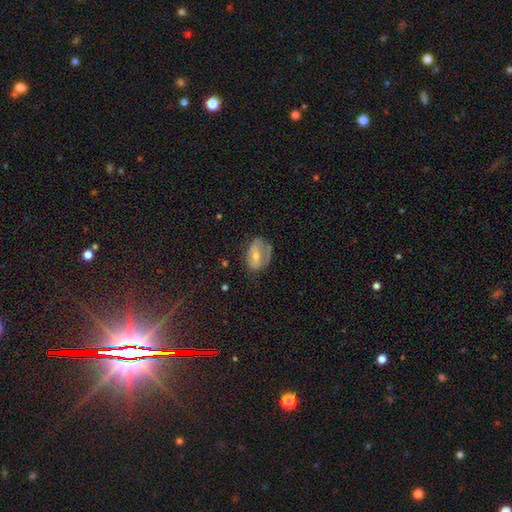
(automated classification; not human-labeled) Smooth or featured? Predicted: smooth (p=0.48). Merging? Predicted: none (p=0.42).